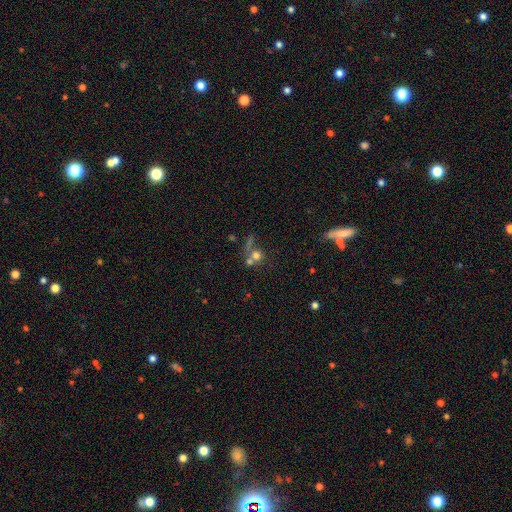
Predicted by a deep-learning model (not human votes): Smooth or featured?
  - smooth: 64% *
  - featured or disk: 19%
  - star or artifact: 17%
How rounded?
  - round: 85% *
  - in between: 14%
  - cigar-shaped: 2%
Merging?
  - merger: 47% *
  - none: 35%
  - major disturbance: 10%
  - minor disturbance: 8%